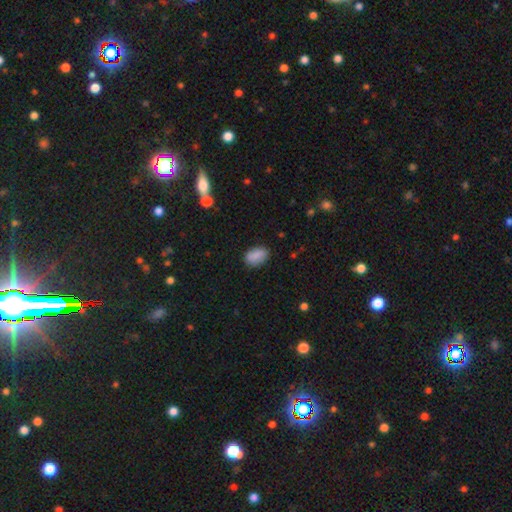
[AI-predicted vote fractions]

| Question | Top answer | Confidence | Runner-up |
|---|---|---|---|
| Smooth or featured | smooth | 87% | star or artifact (7%) |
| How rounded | in between | 89% | round (9%) |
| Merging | none | 82% | minor disturbance (13%) |